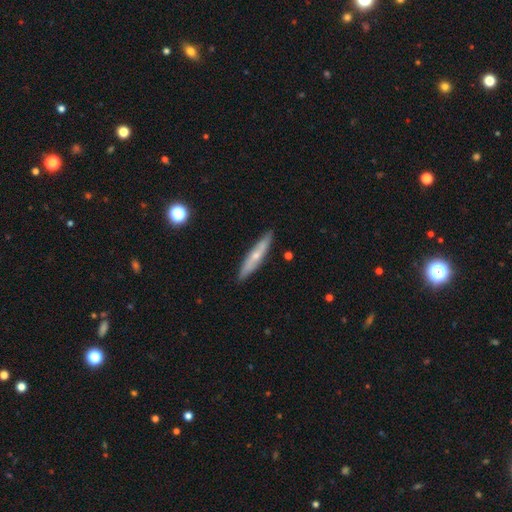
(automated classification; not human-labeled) Smooth or featured?
  - featured or disk: 50% *
  - smooth: 44%
  - star or artifact: 6%
Merging?
  - none: 88% *
  - minor disturbance: 9%
  - major disturbance: 2%
  - merger: 1%